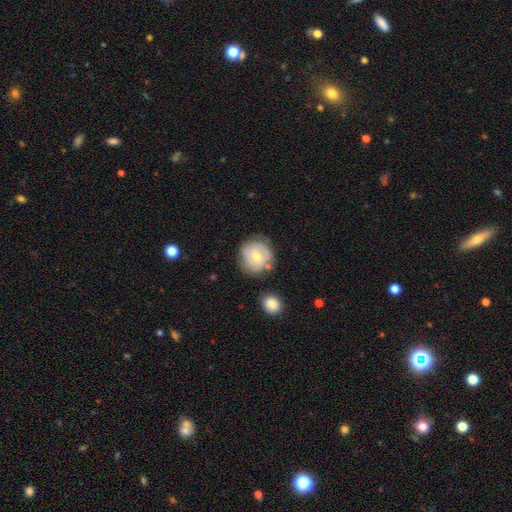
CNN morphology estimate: This appears to be a featured or disk galaxy (49%). Merging: none (72%).